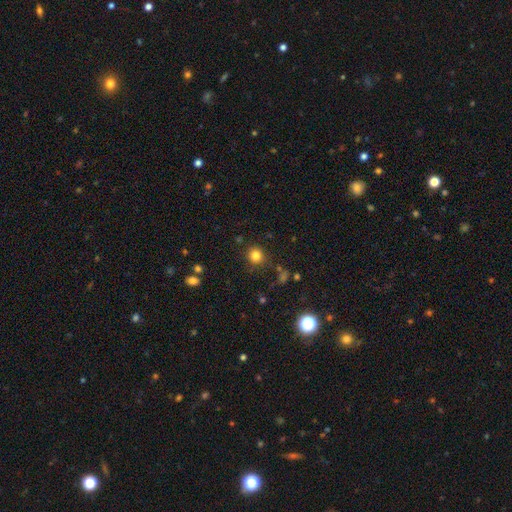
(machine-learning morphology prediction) smooth-or-featured: smooth: 82% | star or artifact: 13% | featured or disk: 5%
  how-rounded: round: 90% | in between: 10% | cigar-shaped: 1%
  merging: none: 85% | minor disturbance: 9% | major disturbance: 3% | merger: 3%